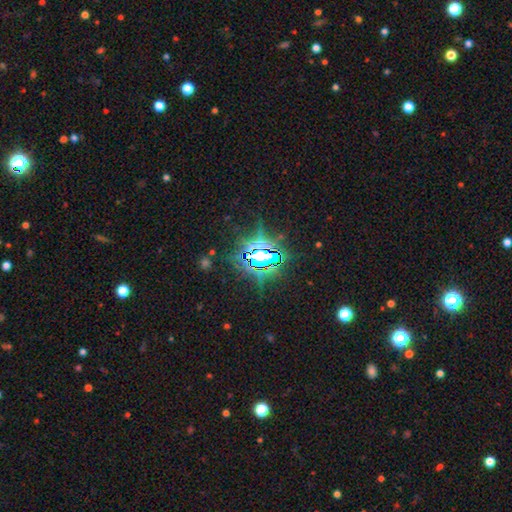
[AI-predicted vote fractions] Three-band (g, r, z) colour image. It shows a star or artifact, not a galaxy (83%).